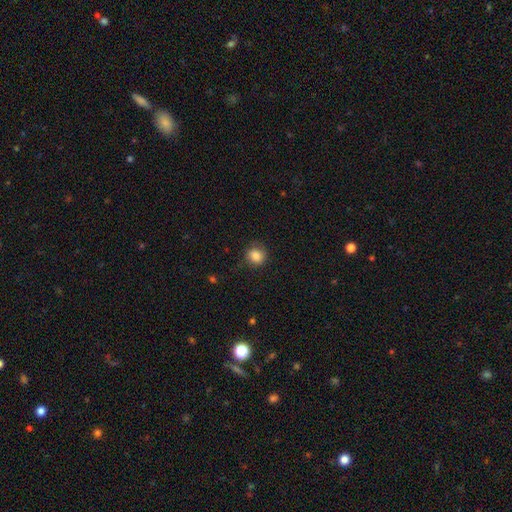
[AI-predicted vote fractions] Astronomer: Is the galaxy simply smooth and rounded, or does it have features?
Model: smooth — 85%.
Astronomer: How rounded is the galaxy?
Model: round — 80%.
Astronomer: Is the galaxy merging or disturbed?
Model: none — 75%.